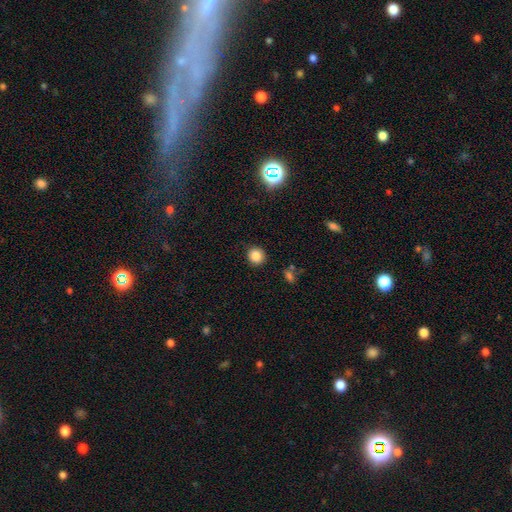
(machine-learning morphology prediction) smooth_or_featured: smooth (p=0.85) [alt: star or artifact p=0.11]
how_rounded: round (p=0.87) [alt: in between p=0.12]
merging: none (p=0.88) [alt: minor disturbance p=0.08]